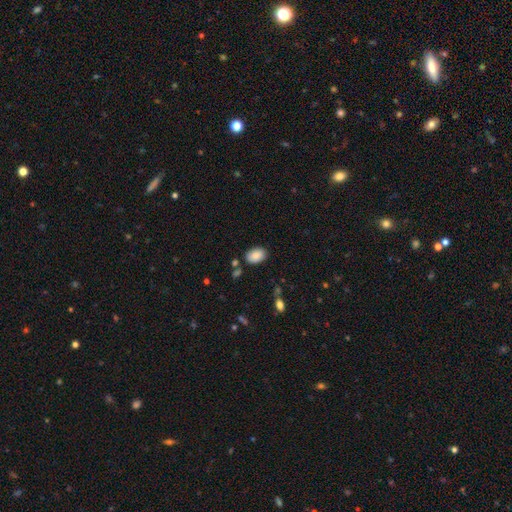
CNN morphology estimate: Smooth or featured: smooth — 88% (star or artifact — 7%)
How rounded: in between — 88% (round — 11%)
Merging: none — 82% (minor disturbance — 11%)